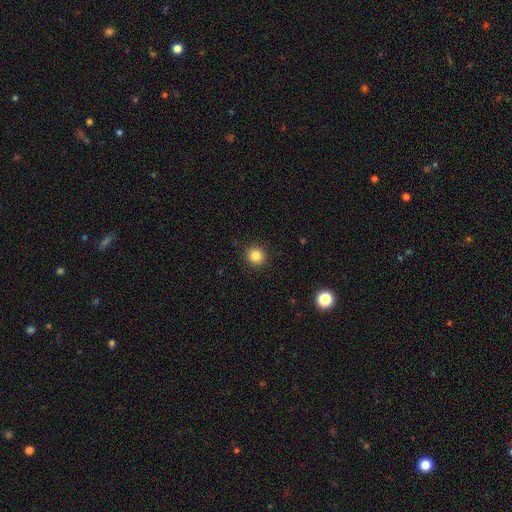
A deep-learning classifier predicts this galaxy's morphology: A smooth galaxy with no disk features (85%) that is round (91%). Merging: none (92%).